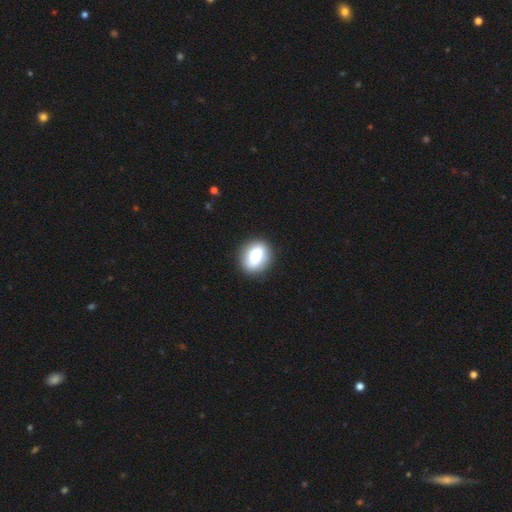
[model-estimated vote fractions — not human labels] smooth-or-featured: smooth: 75% | featured or disk: 16% | star or artifact: 8%
  how-rounded: in between: 53% | round: 45% | cigar-shaped: 2%
  merging: none: 88% | minor disturbance: 8% | major disturbance: 2% | merger: 1%